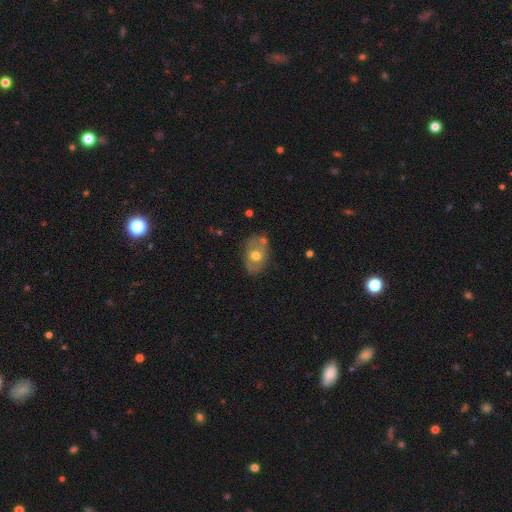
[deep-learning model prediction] smooth 55%, featured or disk 38%, star or artifact 8%. Down the decision tree: how rounded — in between (79%); merging — none (72%).